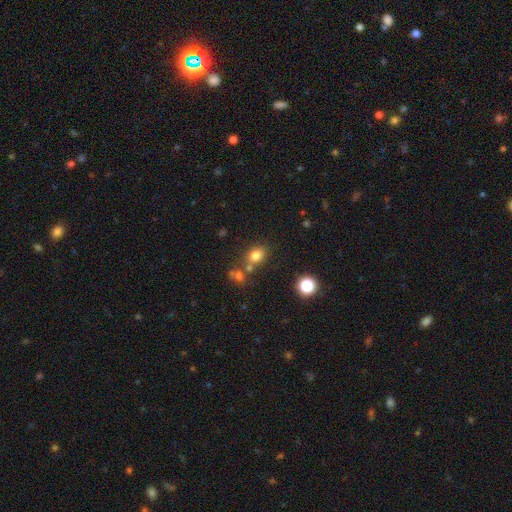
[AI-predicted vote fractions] Smooth or featured? Predicted: smooth (p=0.77). How rounded? Predicted: in between (p=0.57). Merging? Predicted: none (p=0.65).